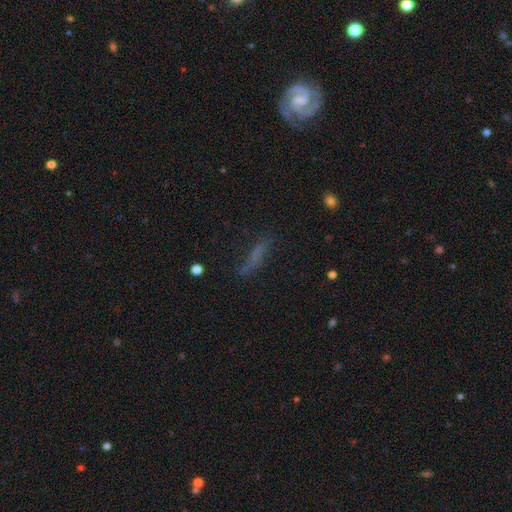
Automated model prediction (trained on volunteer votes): This is possibly a smooth galaxy (54%). How rounded: clearly cigar-shaped (80%). Merging: likely none (61%).